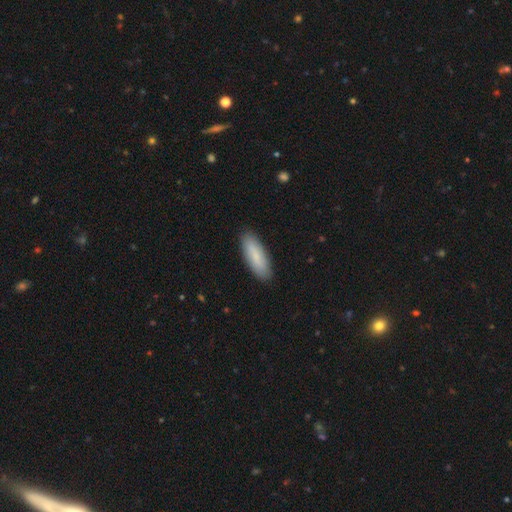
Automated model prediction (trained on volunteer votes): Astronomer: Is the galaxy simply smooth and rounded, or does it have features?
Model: smooth — 85%.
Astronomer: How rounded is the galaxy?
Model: in between — 54% (runner-up: cigar-shaped, 44%).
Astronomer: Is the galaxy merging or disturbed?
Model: none — 89%.